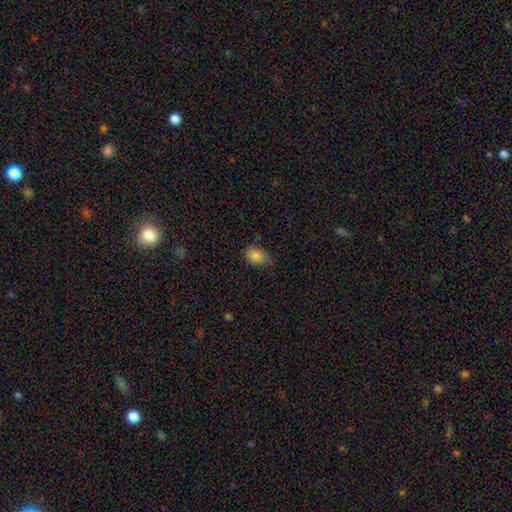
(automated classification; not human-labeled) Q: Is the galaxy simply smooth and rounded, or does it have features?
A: smooth — 85%.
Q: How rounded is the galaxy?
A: in between — 87%.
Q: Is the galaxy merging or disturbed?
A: none — 66%.